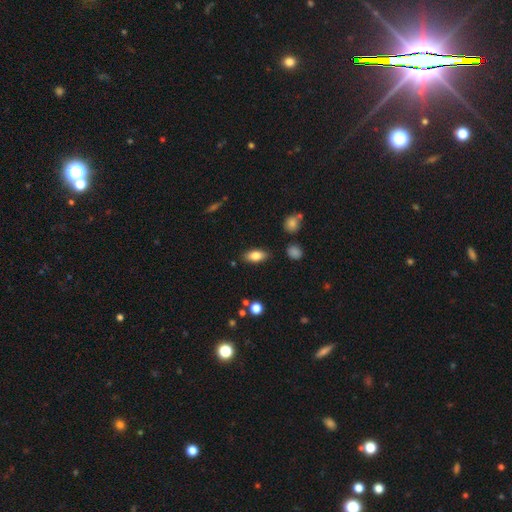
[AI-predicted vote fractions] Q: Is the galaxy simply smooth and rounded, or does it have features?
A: smooth — 79%.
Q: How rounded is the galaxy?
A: in between — 87%.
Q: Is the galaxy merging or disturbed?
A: none — 84%.